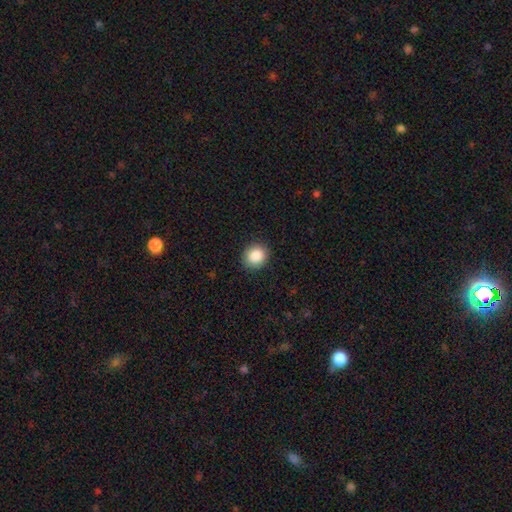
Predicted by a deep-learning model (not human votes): This is clearly a smooth galaxy (87%). How rounded: clearly round (80%). Merging: clearly none (90%).